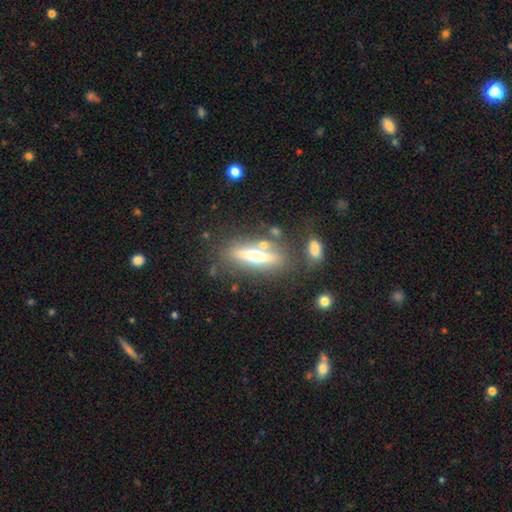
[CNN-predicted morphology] The model was most divided on "smooth or featured": featured or disk: 55%, smooth: 37%, star or artifact: 8%. More confident: edge-on disk — yes (82%); merging — none (69%).